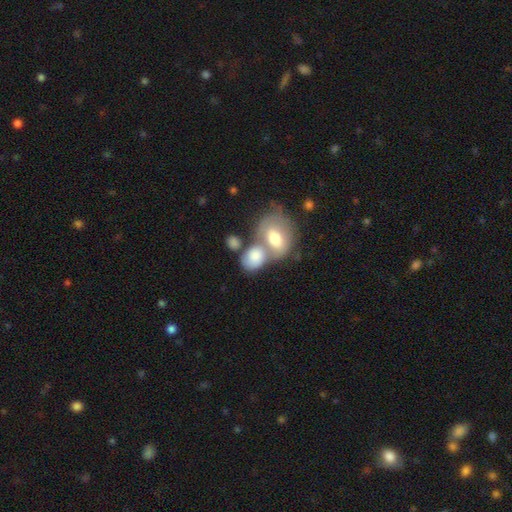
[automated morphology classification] Smooth or featured? Predicted: smooth (p=0.67). How rounded? Predicted: in between (p=0.66). Merging? Predicted: merger (p=0.60).